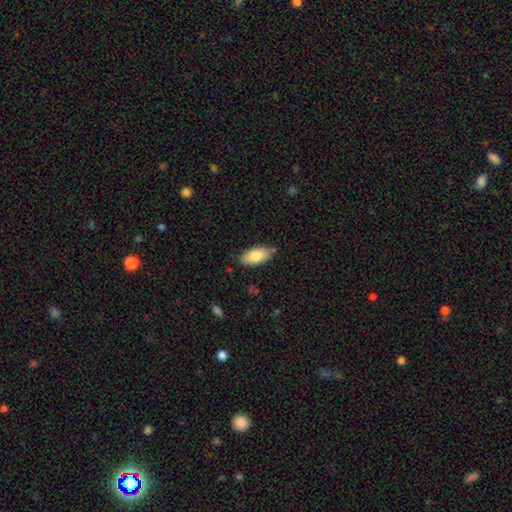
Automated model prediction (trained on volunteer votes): Q: Smooth or featured?
A: smooth (82%); runner-up: featured or disk (12%)
Q: How rounded?
A: in between (92%); runner-up: cigar-shaped (6%)
Q: Merging?
A: none (80%); runner-up: minor disturbance (15%)